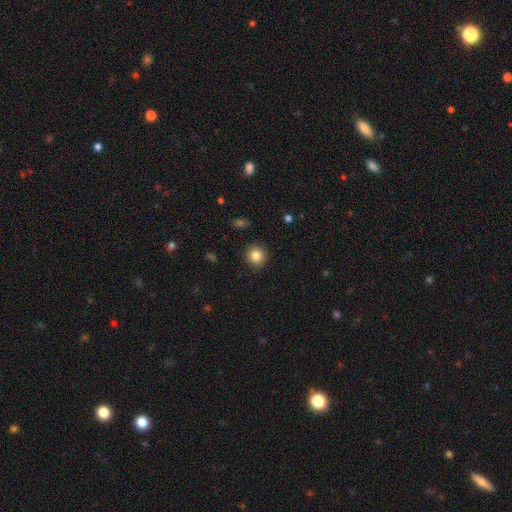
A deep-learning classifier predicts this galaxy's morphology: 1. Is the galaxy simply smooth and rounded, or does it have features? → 84% smooth, 10% star or artifact, 6% featured or disk.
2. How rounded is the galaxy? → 92% round, 7% in between, 1% cigar-shaped.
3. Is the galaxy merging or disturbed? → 91% none, 6% minor disturbance, 2% major disturbance, 1% merger.